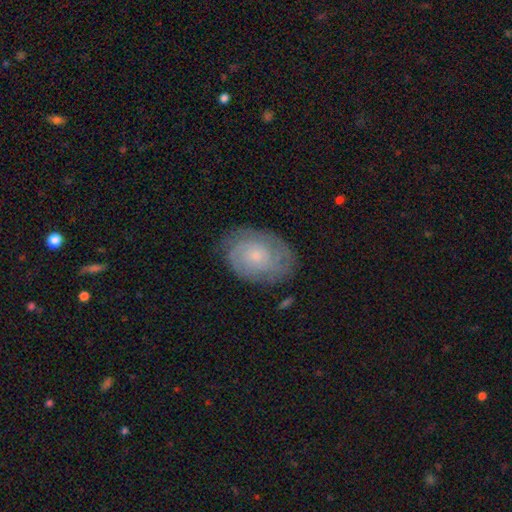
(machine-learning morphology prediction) Smooth or featured? Predicted: featured or disk (p=0.73). Edge-on disk? Predicted: no (p=0.97). Bar? Predicted: no (p=0.78). Spiral arms? Predicted: yes (p=0.92). Spiral winding? Predicted: tight (p=0.72). Spiral arm count? Predicted: can't tell (p=0.37). Bulge size? Predicted: small (p=0.70). Merging? Predicted: none (p=0.77).